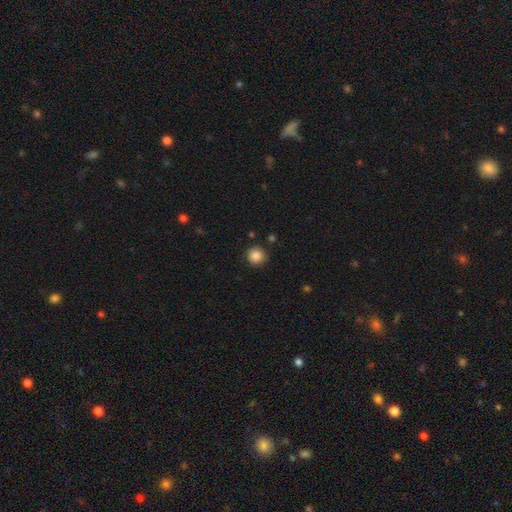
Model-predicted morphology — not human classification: Smooth or featured? smooth (86%)
How rounded? round (95%)
Merging? none (90%)